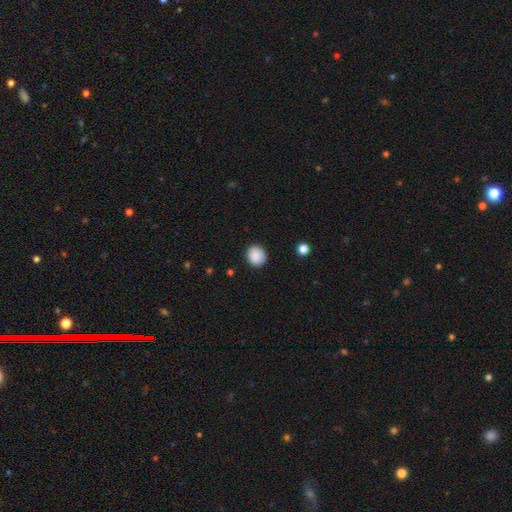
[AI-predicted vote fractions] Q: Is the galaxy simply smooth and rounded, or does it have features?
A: smooth — 89%.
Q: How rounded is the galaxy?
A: round — 77%.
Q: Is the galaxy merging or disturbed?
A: none — 89%.